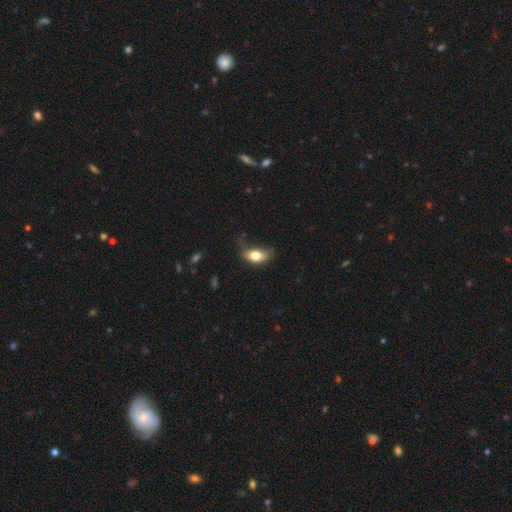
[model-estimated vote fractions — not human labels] The model was most divided on "merging" (2-way tie): none: 38%, minor disturbance: 38%, major disturbance: 21%, merger: 3%. More confident: how rounded — in between (88%); smooth or featured — smooth (77%).